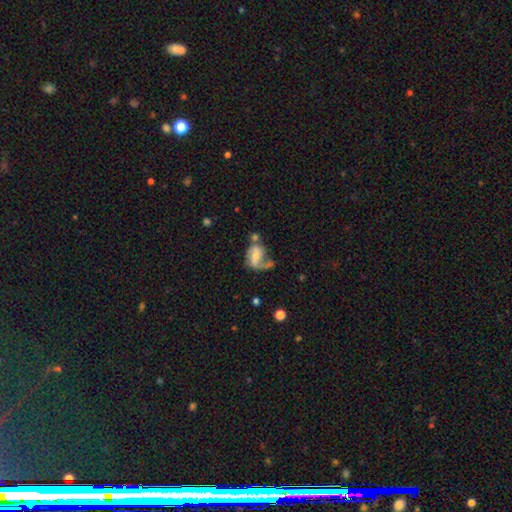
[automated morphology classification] A featured or disk galaxy (59%) with a weak bar (40%), spiral arms (77%) and a small central bulge (46%). Merging: major disturbance (30%).